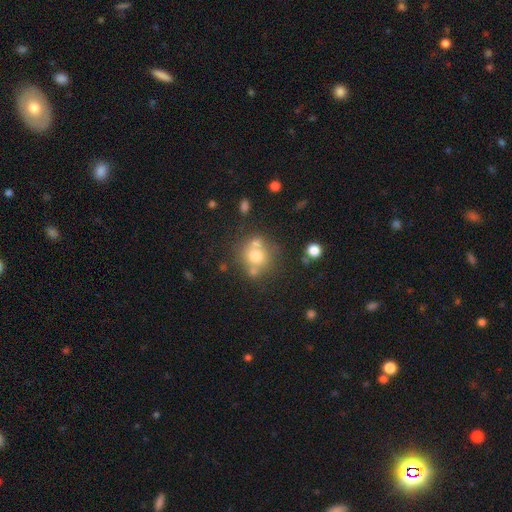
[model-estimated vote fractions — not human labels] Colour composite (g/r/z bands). It shows a smooth galaxy with no disk features (68%) that is round (84%). Merging: none (58%).